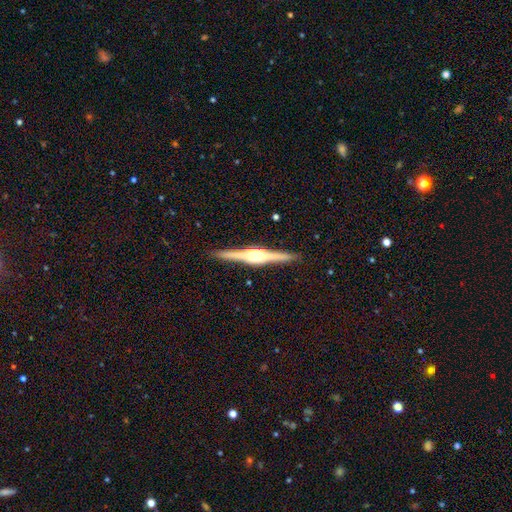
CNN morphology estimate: A featured or disk galaxy (84%) viewed edge-on (99%) with a rounded central bulge (82%). Merging: none (91%).